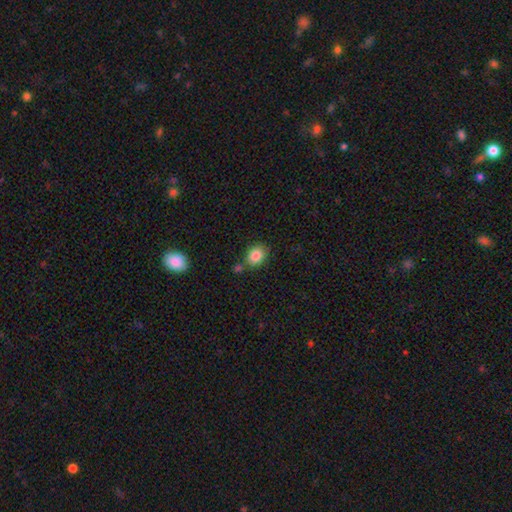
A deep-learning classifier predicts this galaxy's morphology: Smooth or featured? smooth (85%)
How rounded? in between (54%)
Merging? none (70%)